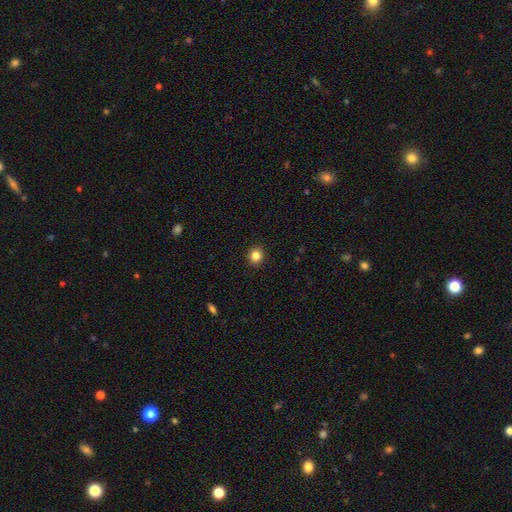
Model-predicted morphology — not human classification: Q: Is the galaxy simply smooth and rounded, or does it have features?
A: smooth — 83%.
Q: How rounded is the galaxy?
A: round — 91%.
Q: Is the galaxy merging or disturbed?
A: none — 93%.